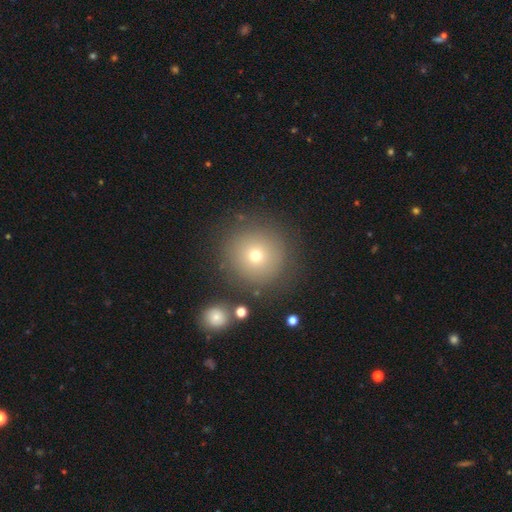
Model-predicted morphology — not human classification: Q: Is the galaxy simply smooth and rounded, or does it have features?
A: smooth — 70%.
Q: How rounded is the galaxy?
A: round — 95%.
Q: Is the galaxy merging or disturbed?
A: none — 84%.